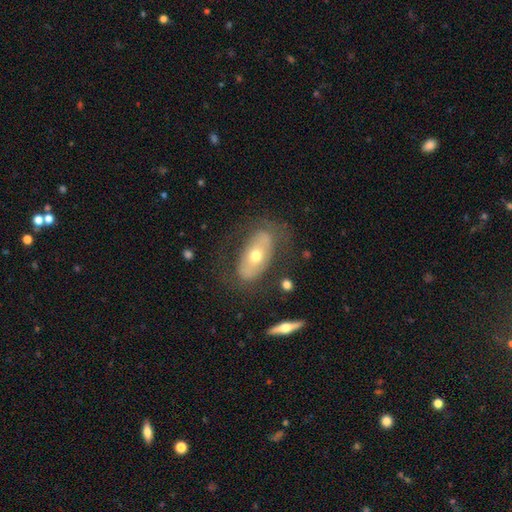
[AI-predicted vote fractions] This appears to be a featured or disk galaxy (56%). Merging: none (68%).